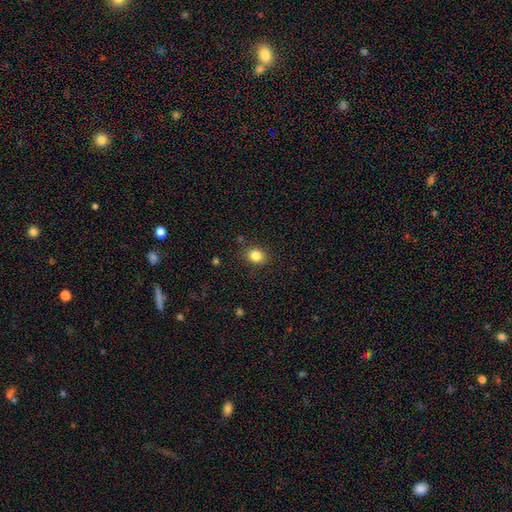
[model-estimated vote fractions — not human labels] The model was most divided on "how rounded": round: 54%, in between: 45%, cigar-shaped: 1%. More confident: merging — none (85%); smooth or featured — smooth (84%).